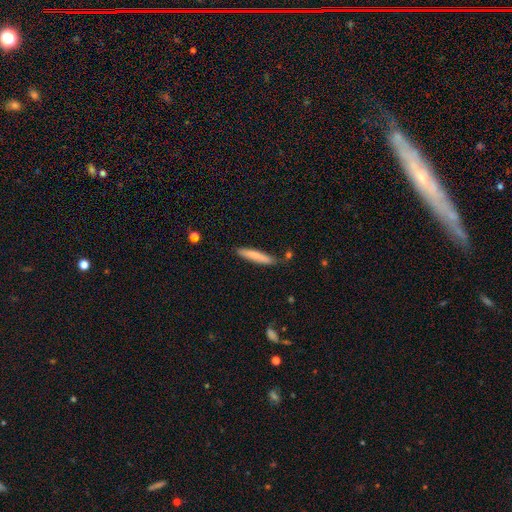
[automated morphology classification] Overall: smooth (75%). How rounded: cigar-shaped (91%). Merging: none (81%).